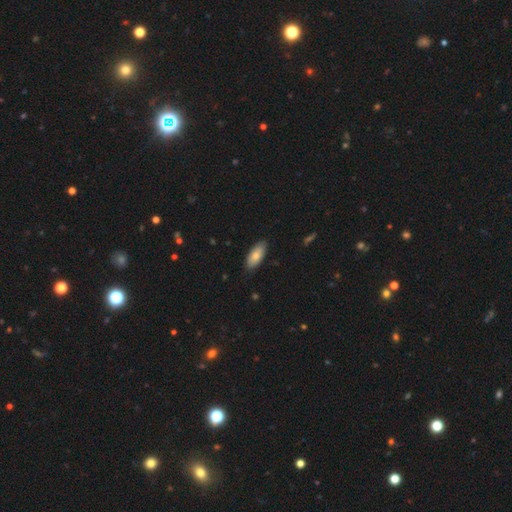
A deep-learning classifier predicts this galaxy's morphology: Smooth or featured: smooth — 77% (featured or disk — 17%)
How rounded: in between — 86% (cigar-shaped — 12%)
Merging: none — 85% (minor disturbance — 12%)